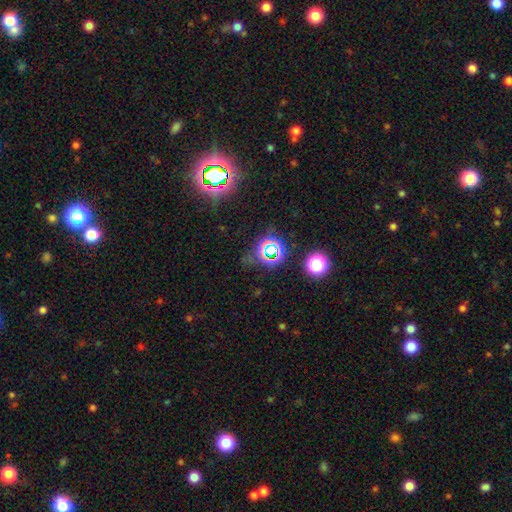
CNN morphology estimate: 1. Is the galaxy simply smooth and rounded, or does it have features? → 65% star or artifact, 24% smooth, 11% featured or disk.